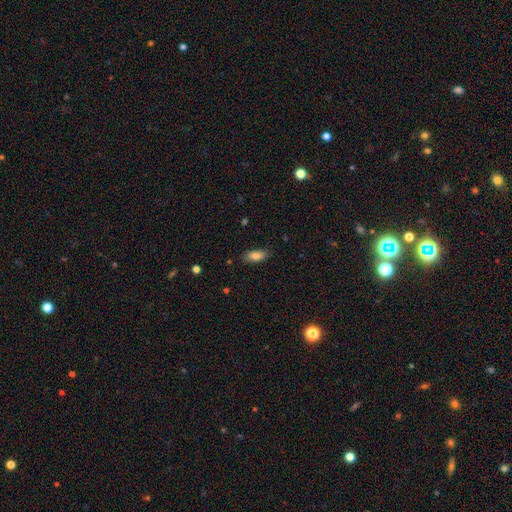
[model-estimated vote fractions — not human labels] This appears to be a smooth galaxy with no disk features (84%) that is in between round and cigar-shaped (83%). Merging: none (84%).